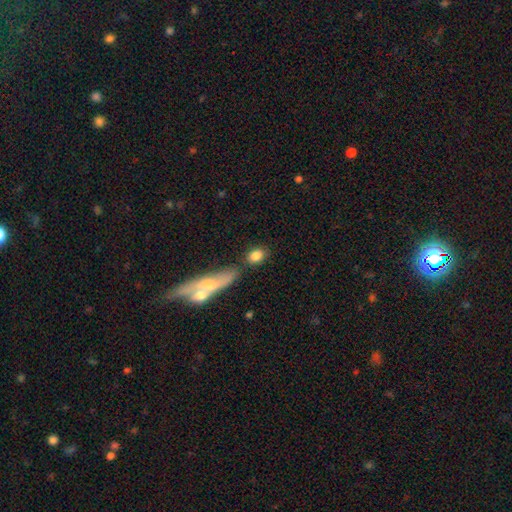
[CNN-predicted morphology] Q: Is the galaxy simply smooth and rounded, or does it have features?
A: smooth — 82%.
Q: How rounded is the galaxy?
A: in between — 71%.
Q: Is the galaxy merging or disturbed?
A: none — 64%.